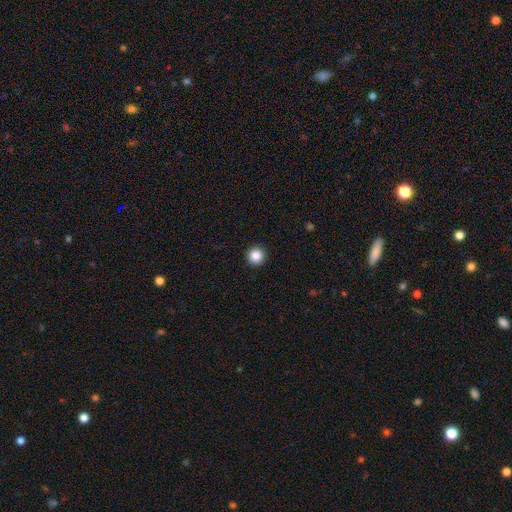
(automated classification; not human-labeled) Smooth or featured?
  - smooth: 86% *
  - star or artifact: 10%
  - featured or disk: 4%
How rounded?
  - round: 96% *
  - in between: 3%
  - cigar-shaped: 1%
Merging?
  - none: 94% *
  - minor disturbance: 4%
  - major disturbance: 1%
  - merger: 1%